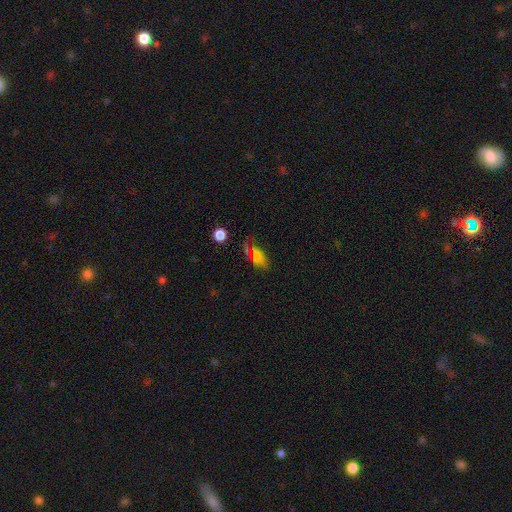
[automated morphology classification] A smooth galaxy with no disk features (65%) that is in between round and cigar-shaped (83%).

Vote fractions:
- Smooth or featured? smooth: 65% / star or artifact: 23% / featured or disk: 12%
- How rounded? in between: 83% / round: 9% / cigar-shaped: 7%
- Merging? none: 55% / minor disturbance: 22% / major disturbance: 13% / merger: 10%